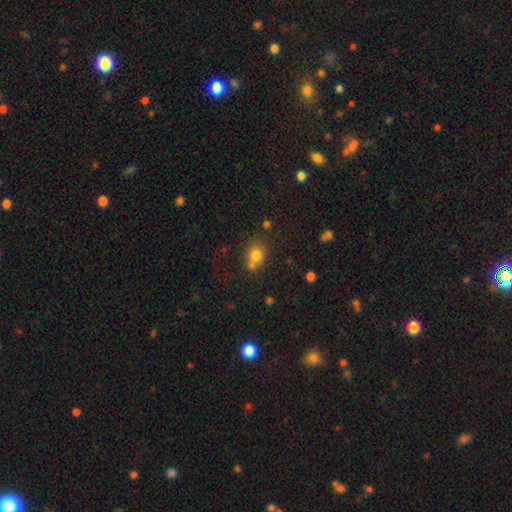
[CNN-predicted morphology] Smooth or featured? smooth (77%)
How rounded? round (70%)
Merging? none (57%)